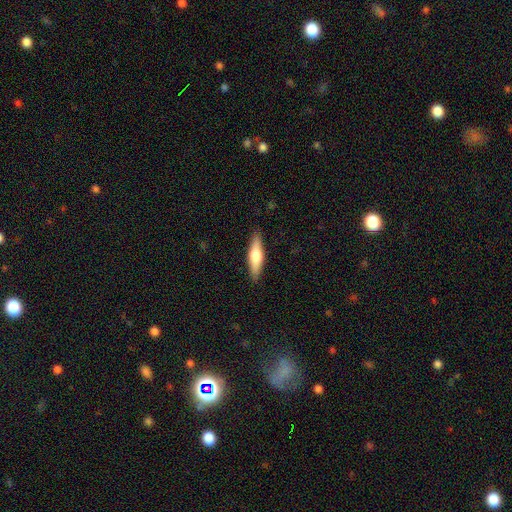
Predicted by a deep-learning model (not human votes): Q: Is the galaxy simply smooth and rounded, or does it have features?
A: smooth — 54%.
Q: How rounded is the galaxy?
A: cigar-shaped — 67%.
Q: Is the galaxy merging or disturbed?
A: none — 89%.